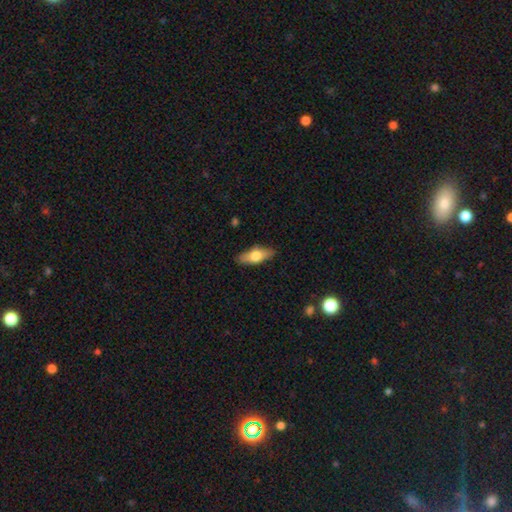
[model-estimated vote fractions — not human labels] This appears to be a smooth galaxy with no disk features (63%) that is in between round and cigar-shaped (72%). Merging: none (86%).